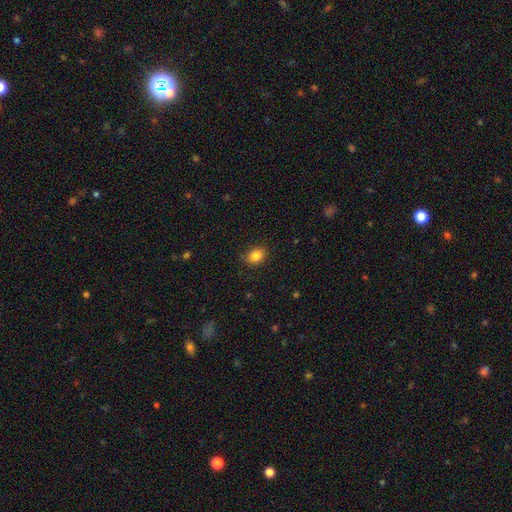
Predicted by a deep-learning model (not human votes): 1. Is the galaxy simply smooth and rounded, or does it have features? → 85% smooth, 10% star or artifact, 5% featured or disk.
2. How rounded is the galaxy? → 59% in between, 40% round, 1% cigar-shaped.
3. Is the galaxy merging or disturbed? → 83% none, 13% minor disturbance, 3% major disturbance, 1% merger.